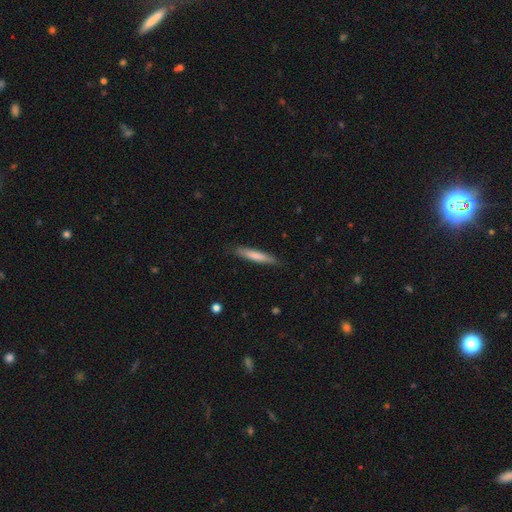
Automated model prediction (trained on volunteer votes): Overall: smooth (76%). How rounded: cigar-shaped (91%). Merging: none (86%).